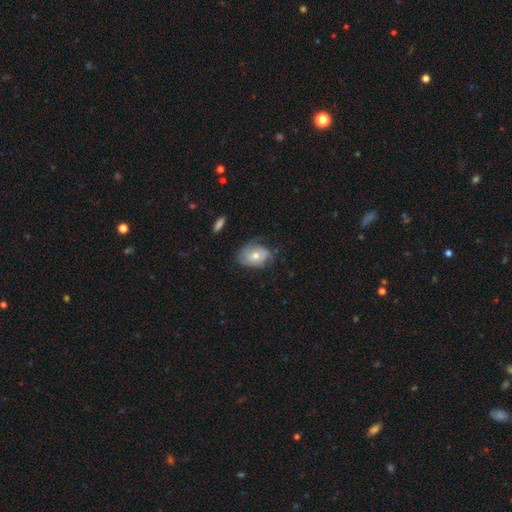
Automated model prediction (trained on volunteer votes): Smooth or featured? smooth (53%)
How rounded? in between (65%)
Merging? none (58%)